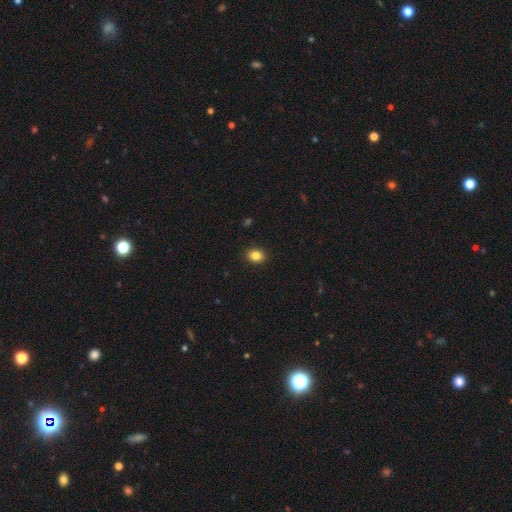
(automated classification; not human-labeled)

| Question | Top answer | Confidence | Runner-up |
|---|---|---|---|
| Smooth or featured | smooth | 84% | star or artifact (10%) |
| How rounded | in between | 51% | round (48%) |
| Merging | none | 91% | minor disturbance (7%) |